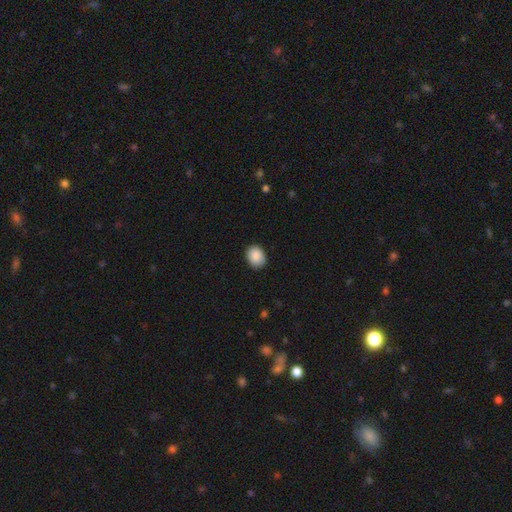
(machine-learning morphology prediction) Smooth or featured? Predicted: smooth (p=0.89). How rounded? Predicted: in between (p=0.59). Merging? Predicted: none (p=0.87).